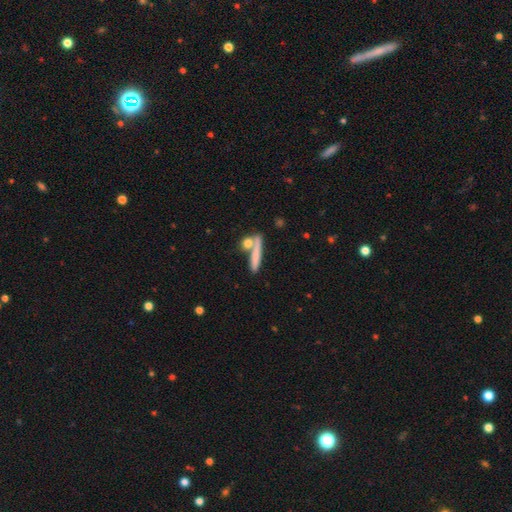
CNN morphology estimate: This appears to be a smooth galaxy with no disk features (73%) that is cigar-shaped (79%). Merging: none (60%).